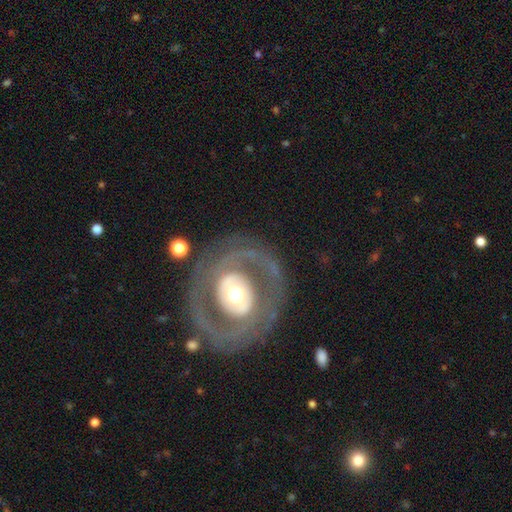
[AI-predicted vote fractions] Smooth or featured: featured or disk — 77% (smooth — 17%)
Edge-on disk: no — 96% (yes — 4%)
Bar: no — 61% (weak — 24%)
Spiral arms: yes — 57% (no — 43%)
Bulge size: moderate — 56% (large — 21%)
Merging: none — 78% (minor disturbance — 12%)